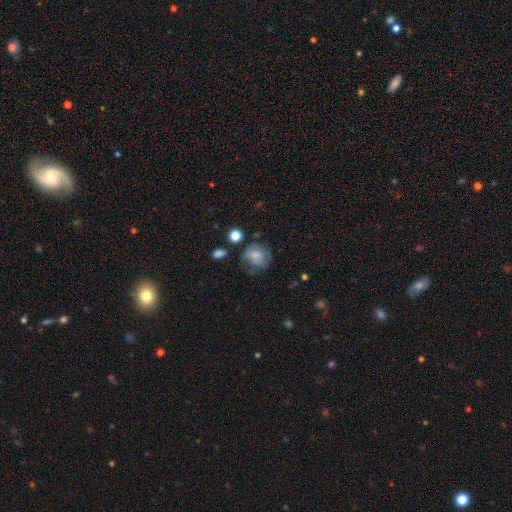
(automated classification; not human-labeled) A smooth galaxy with no disk features (73%) that is round (75%).

Vote fractions:
- Smooth or featured? smooth: 73% / featured or disk: 18% / star or artifact: 9%
- How rounded? round: 75% / in between: 24% / cigar-shaped: 1%
- Merging? none: 53% / minor disturbance: 28% / major disturbance: 15% / merger: 4%